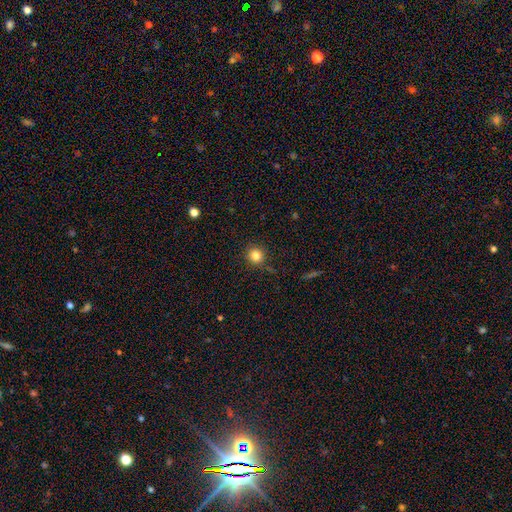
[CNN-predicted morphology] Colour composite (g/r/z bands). It shows a smooth galaxy with no disk features (83%) that is round (93%). Merging: none (88%).